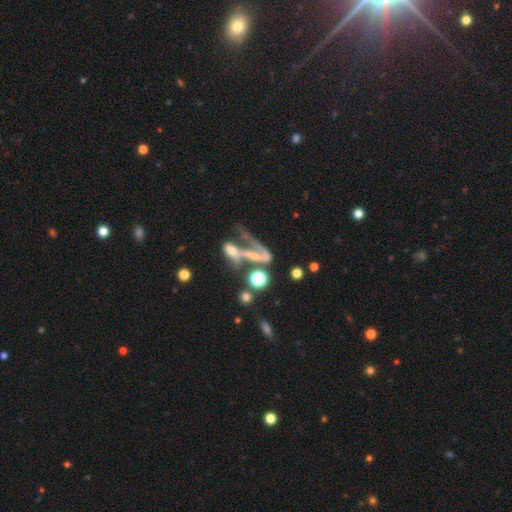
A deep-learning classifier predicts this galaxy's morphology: A featured or disk galaxy (62%) with no bar (48%), spiral arms (60%) and no central bulge (39%).

Vote fractions:
- Smooth or featured? featured or disk: 62% / smooth: 23% / star or artifact: 14%
- Edge-on disk? no: 89% / yes: 11%
- Bar? no: 48% / strong: 28% / weak: 24%
- Spiral arms? yes: 60% / no: 40%
- Bulge size? none: 39% / small: 32% / moderate: 21% / large: 6% / dominant: 3%
- Merging? merger: 53% / major disturbance: 24% / none: 15% / minor disturbance: 8%